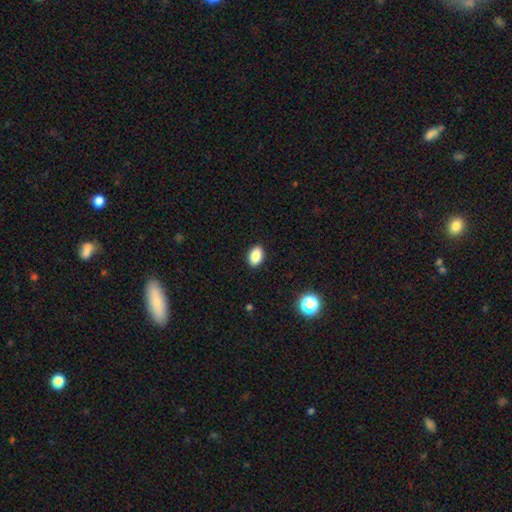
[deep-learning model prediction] This is clearly a smooth galaxy (87%). How rounded: clearly in between (87%). Merging: clearly none (90%).